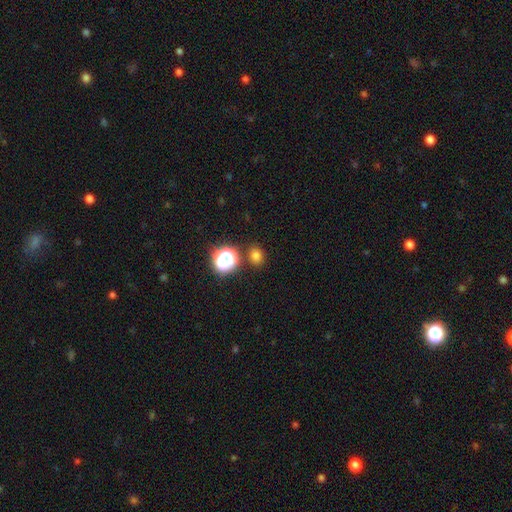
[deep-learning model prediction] smooth-or-featured: smooth: 75% | star or artifact: 20% | featured or disk: 5%
  how-rounded: round: 61% | in between: 38% | cigar-shaped: 1%
  merging: none: 83% | minor disturbance: 9% | merger: 5% | major disturbance: 3%